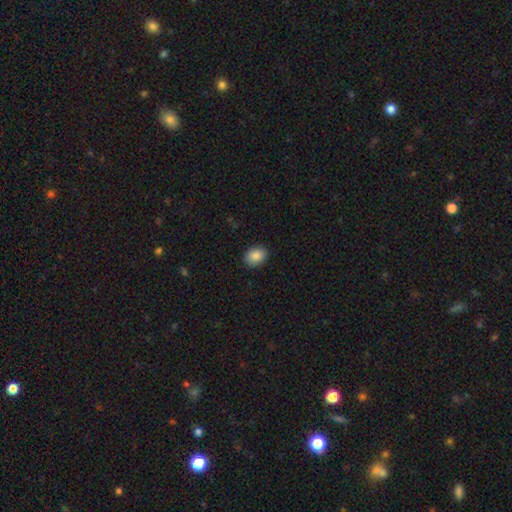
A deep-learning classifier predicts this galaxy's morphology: Smooth or featured?
  - smooth: 87% *
  - star or artifact: 8%
  - featured or disk: 5%
How rounded?
  - in between: 64% *
  - round: 36%
  - cigar-shaped: 1%
Merging?
  - none: 89% *
  - minor disturbance: 8%
  - major disturbance: 2%
  - merger: 1%